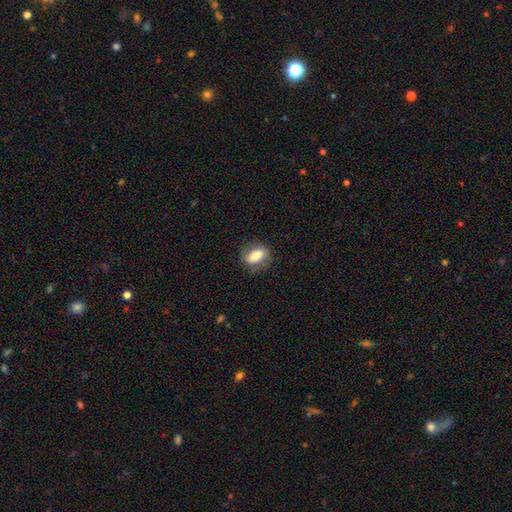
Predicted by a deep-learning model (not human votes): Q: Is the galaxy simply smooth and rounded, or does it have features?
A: smooth — 69%.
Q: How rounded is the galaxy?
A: in between — 79%.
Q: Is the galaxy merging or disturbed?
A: none — 77%.